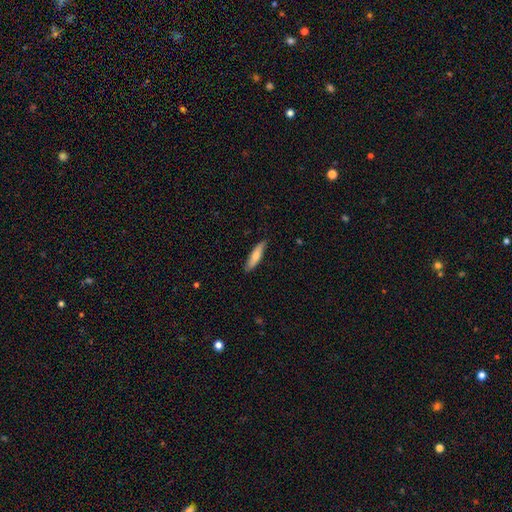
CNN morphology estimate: smooth_or_featured: smooth (p=0.68) [alt: featured or disk p=0.27]
how_rounded: cigar-shaped (p=0.75) [alt: in between p=0.23]
merging: none (p=0.85) [alt: minor disturbance p=0.12]